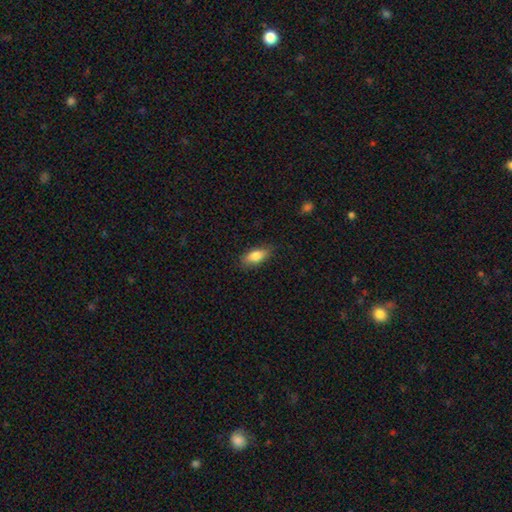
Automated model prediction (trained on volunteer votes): Q: Smooth or featured?
A: smooth (81%); runner-up: featured or disk (12%)
Q: How rounded?
A: in between (81%); runner-up: cigar-shaped (16%)
Q: Merging?
A: none (81%); runner-up: minor disturbance (15%)